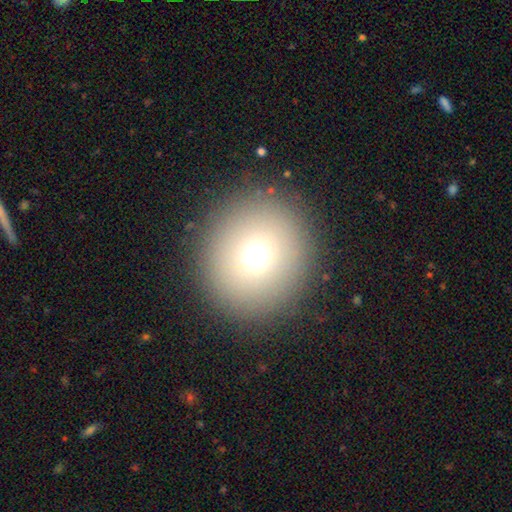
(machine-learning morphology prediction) The model was most divided on "smooth or featured": smooth: 68%, star or artifact: 19%, featured or disk: 13%. More confident: how rounded — round (90%); merging — none (90%).